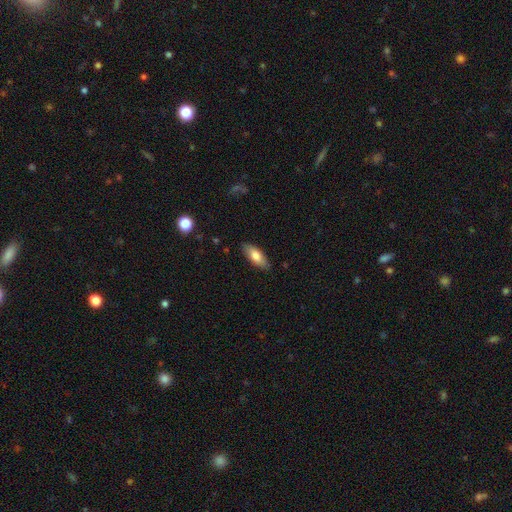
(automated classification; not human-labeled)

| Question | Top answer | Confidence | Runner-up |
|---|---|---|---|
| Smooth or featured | smooth | 76% | featured or disk (18%) |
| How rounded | in between | 78% | cigar-shaped (20%) |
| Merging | none | 85% | minor disturbance (12%) |